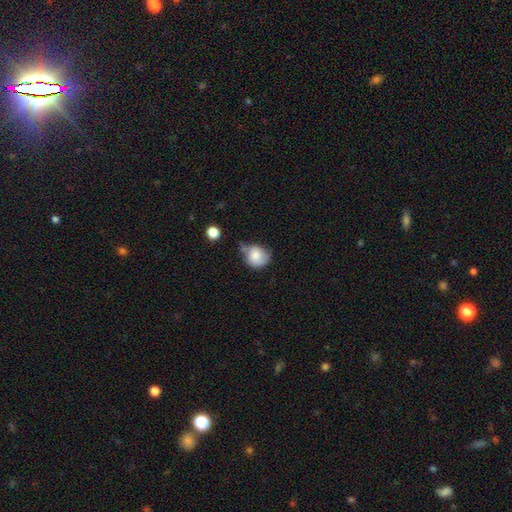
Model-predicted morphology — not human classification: This appears to be a smooth galaxy with no disk features (81%) that is round (78%). Merging: none (41%).